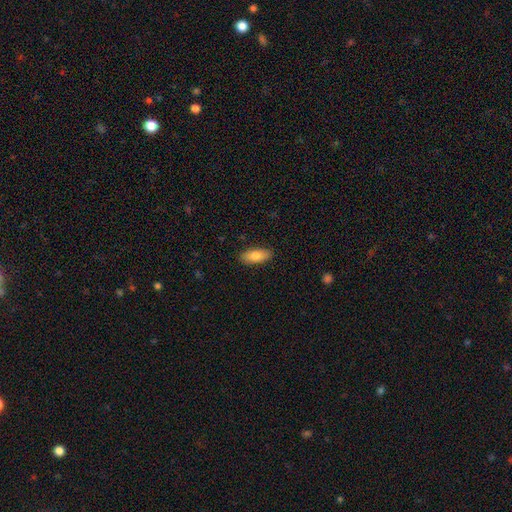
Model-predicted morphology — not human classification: smooth 81%, featured or disk 13%, star or artifact 6%. Down the decision tree: how rounded — in between (81%); merging — none (89%).